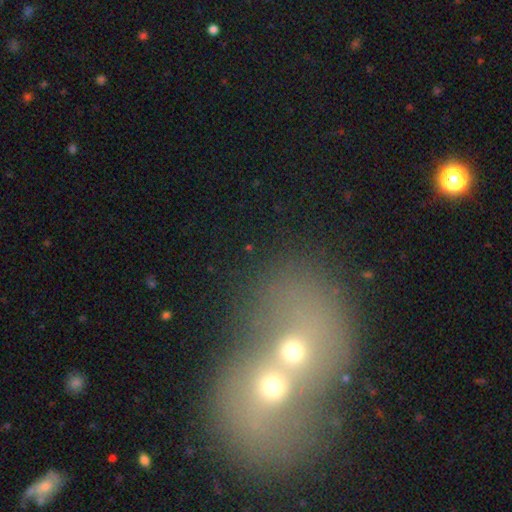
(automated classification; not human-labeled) Smooth or featured?
  - smooth: 44% *
  - featured or disk: 31%
  - star or artifact: 25%
Merging?
  - merger: 83% *
  - none: 10%
  - major disturbance: 4%
  - minor disturbance: 3%